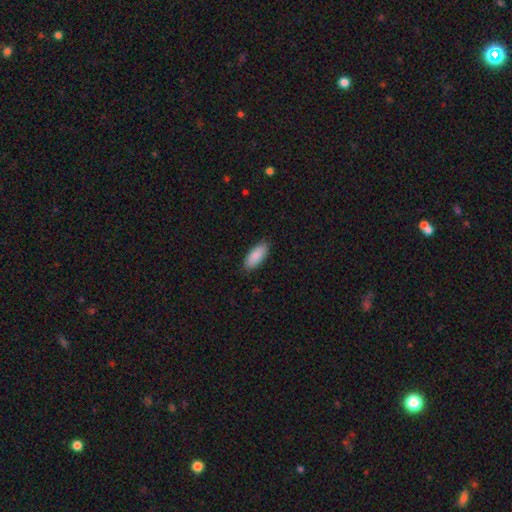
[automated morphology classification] A smooth galaxy with no disk features (88%) that is in between round and cigar-shaped (84%). Merging: none (87%).